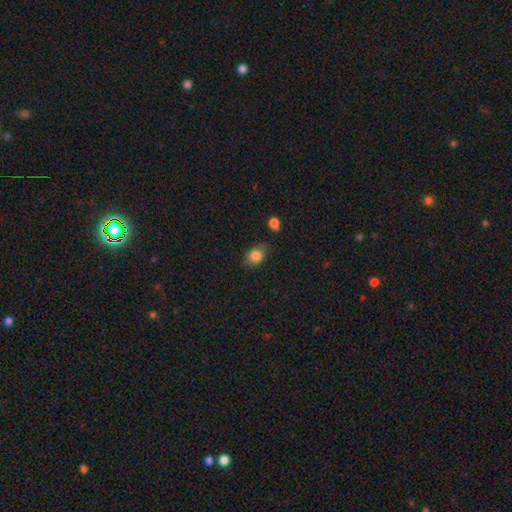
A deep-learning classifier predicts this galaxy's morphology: Smooth or featured: smooth — 82% (star or artifact — 10%)
How rounded: in between — 66% (round — 32%)
Merging: none — 73% (minor disturbance — 19%)